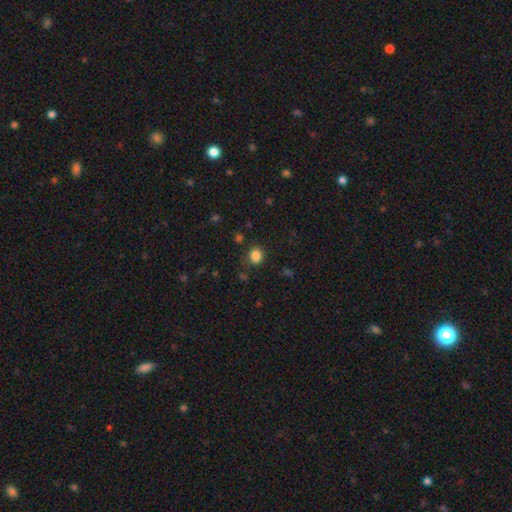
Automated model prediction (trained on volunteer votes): smooth-or-featured: smooth: 84% | star or artifact: 12% | featured or disk: 4%
  how-rounded: round: 68% | in between: 31% | cigar-shaped: 1%
  merging: none: 83% | minor disturbance: 11% | major disturbance: 4% | merger: 2%